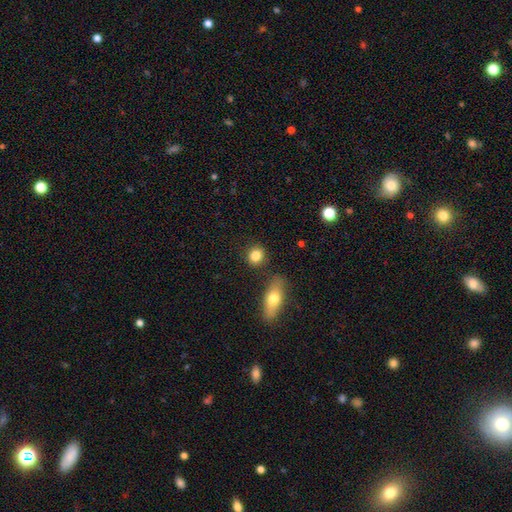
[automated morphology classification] type=smooth (84%); roundness=round (72%); merging=none (83%).